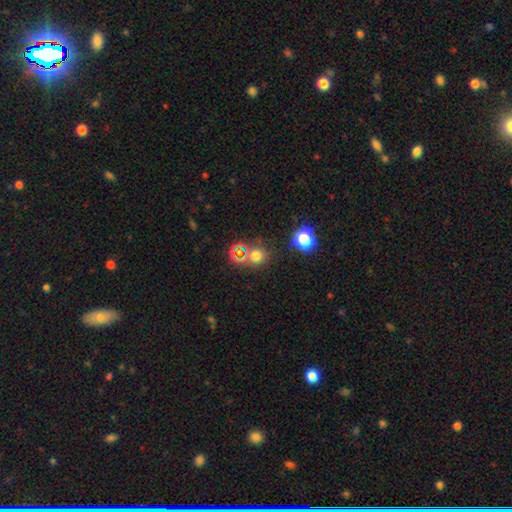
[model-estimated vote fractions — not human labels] This is likely a smooth galaxy (63%). How rounded: clearly round (86%). Merging: likely none (76%).